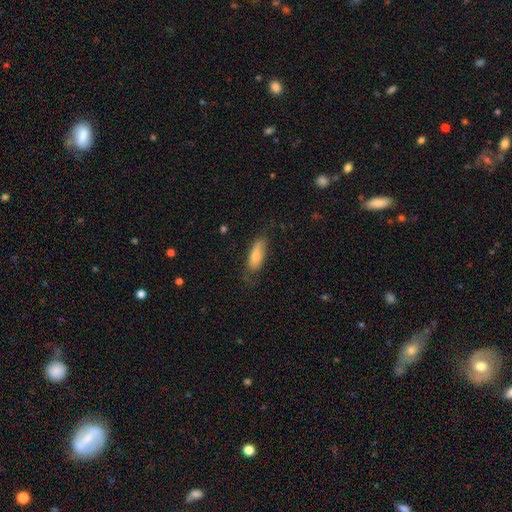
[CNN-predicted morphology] This appears to be a smooth galaxy with no disk features (77%) that is in between round and cigar-shaped (68%). Merging: none (63%).